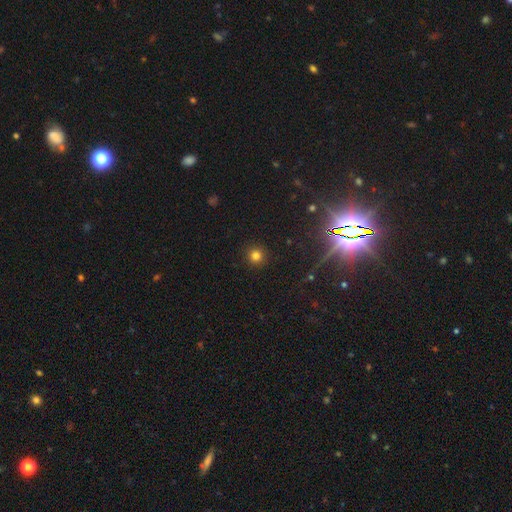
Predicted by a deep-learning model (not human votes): smooth 79%, star or artifact 15%, featured or disk 5%. Down the decision tree: how rounded — round (95%); merging — none (92%).